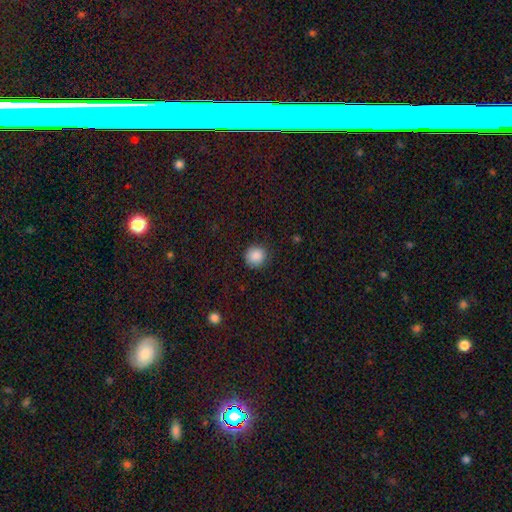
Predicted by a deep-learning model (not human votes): smooth_or_featured: smooth (p=0.88) [alt: star or artifact p=0.09]
how_rounded: round (p=0.92) [alt: in between p=0.07]
merging: none (p=0.87) [alt: minor disturbance p=0.09]